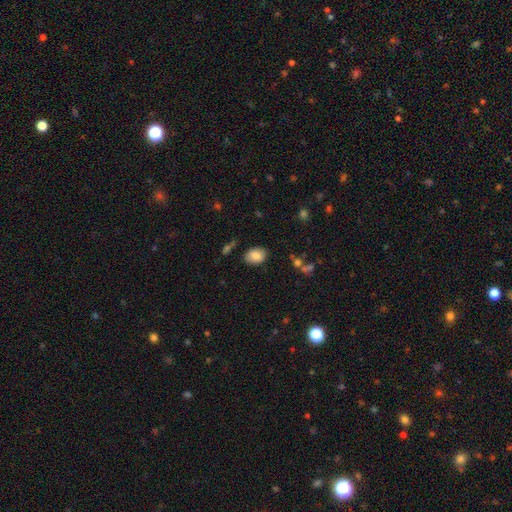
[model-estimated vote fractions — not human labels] A smooth galaxy with no disk features (85%) that is in between round and cigar-shaped (74%).

Vote fractions:
- Smooth or featured? smooth: 85% / star or artifact: 8% / featured or disk: 7%
- How rounded? in between: 74% / round: 25% / cigar-shaped: 1%
- Merging? none: 83% / minor disturbance: 12% / major disturbance: 3% / merger: 2%